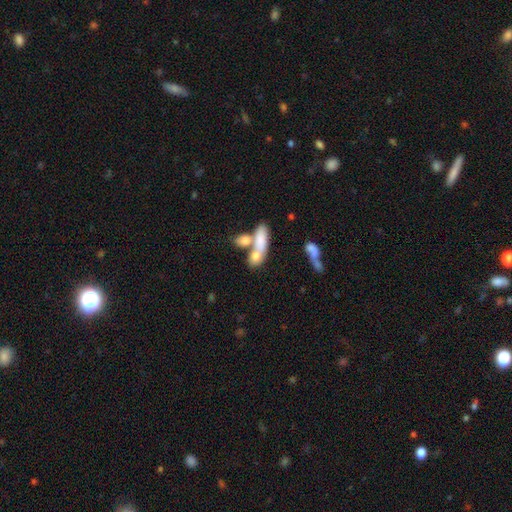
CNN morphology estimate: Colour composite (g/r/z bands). It shows a smooth galaxy with no disk features (71%) that is in between round and cigar-shaped (64%). Merging: merger (56%).